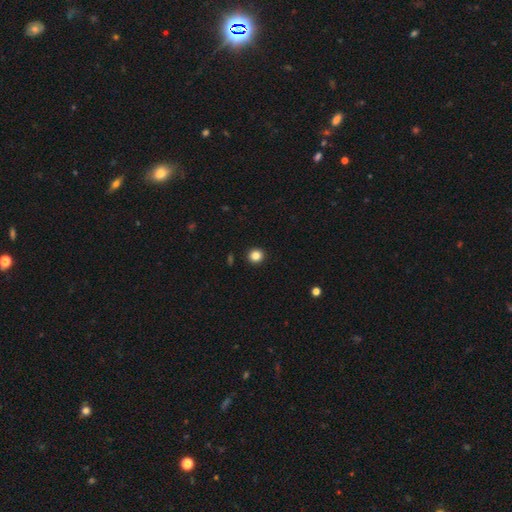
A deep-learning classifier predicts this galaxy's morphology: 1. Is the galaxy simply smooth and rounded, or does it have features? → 85% smooth, 11% star or artifact, 4% featured or disk.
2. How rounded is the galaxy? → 91% round, 8% in between, 1% cigar-shaped.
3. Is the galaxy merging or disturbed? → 93% none, 4% minor disturbance, 1% major disturbance, 1% merger.